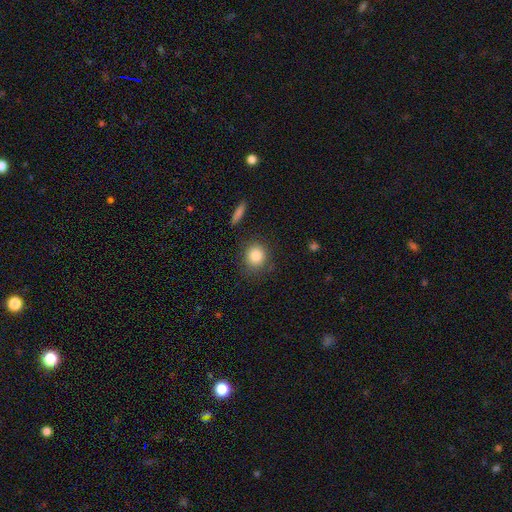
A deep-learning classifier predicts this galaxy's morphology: smooth 85%, star or artifact 9%, featured or disk 6%. Down the decision tree: how rounded — round (78%); merging — none (83%).